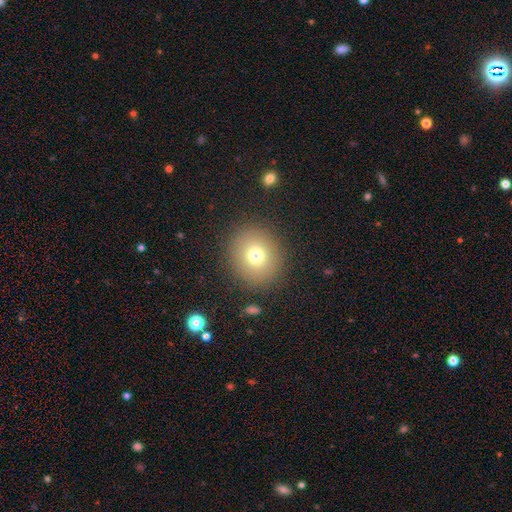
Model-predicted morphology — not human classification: This is likely a smooth galaxy (74%). How rounded: clearly round (85%). Merging: clearly none (88%).